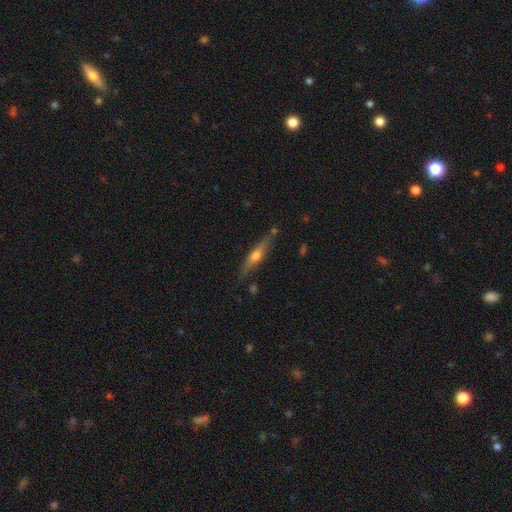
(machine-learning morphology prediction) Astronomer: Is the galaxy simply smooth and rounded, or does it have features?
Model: featured or disk — 60%.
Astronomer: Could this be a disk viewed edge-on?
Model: yes — 93%.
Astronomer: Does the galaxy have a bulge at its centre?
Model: rounded — 90%.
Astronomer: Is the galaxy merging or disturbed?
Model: none — 80%.